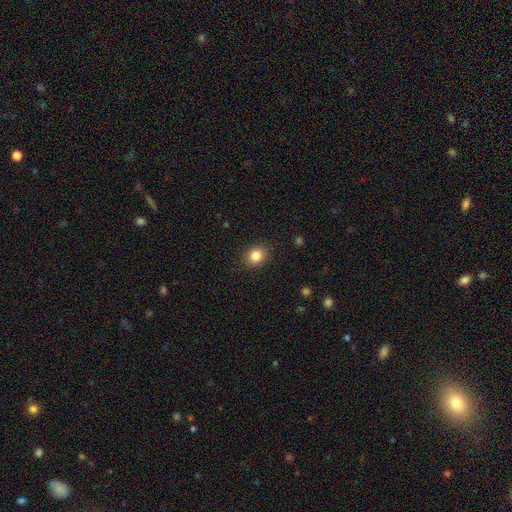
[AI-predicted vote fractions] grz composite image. It shows a smooth galaxy with no disk features (84%) that is round (66%). Merging: none (89%).